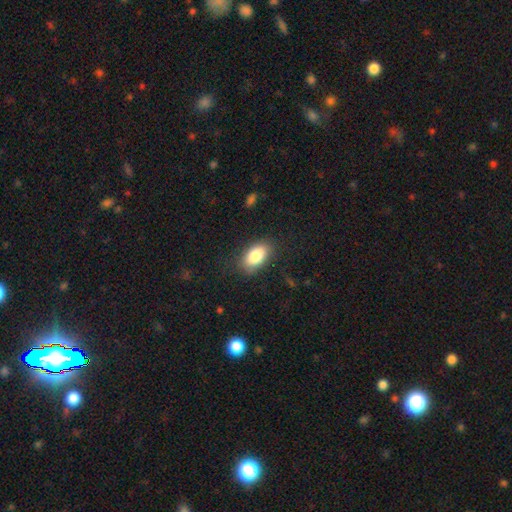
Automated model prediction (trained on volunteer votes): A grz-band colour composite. It shows a smooth galaxy with no disk features (83%) that is in between round and cigar-shaped (92%). Merging: none (82%).